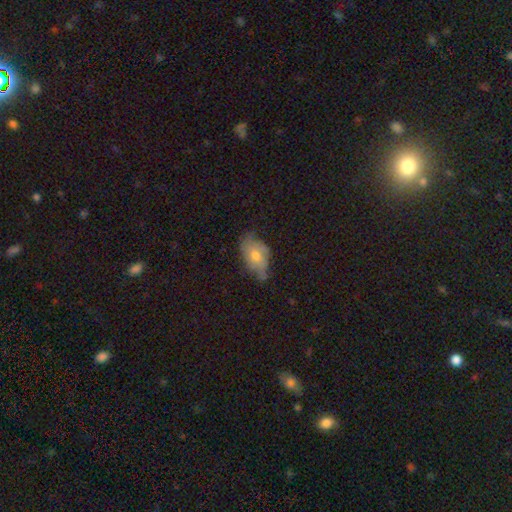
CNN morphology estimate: smooth_or_featured: smooth (p=0.50) [alt: featured or disk p=0.41]
merging: none (p=0.44) [alt: minor disturbance p=0.40]